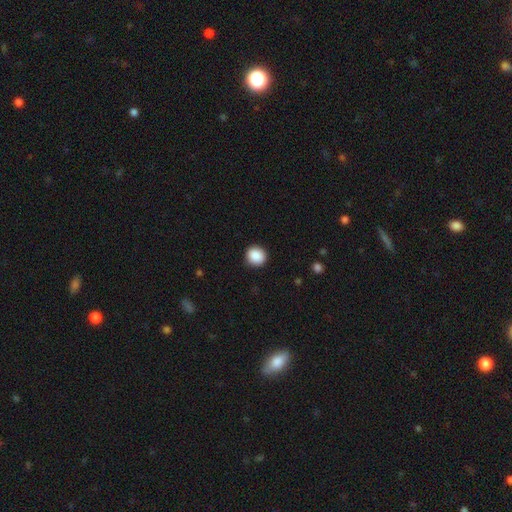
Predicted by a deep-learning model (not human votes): Morphology: type=smooth (89%); roundness=round (89%); merging=none (91%).